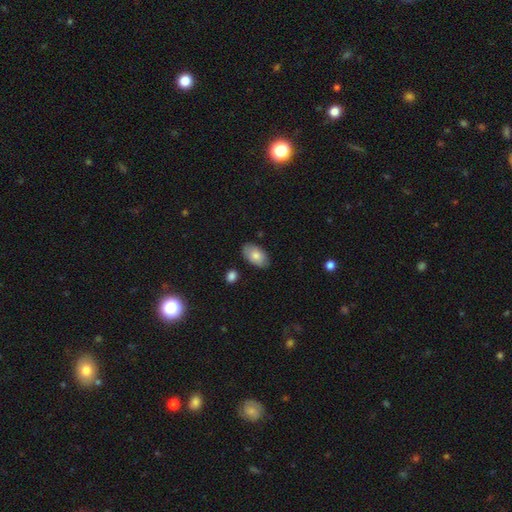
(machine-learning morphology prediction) Overall: smooth (80%). How rounded: in between (94%). Merging: none (82%).